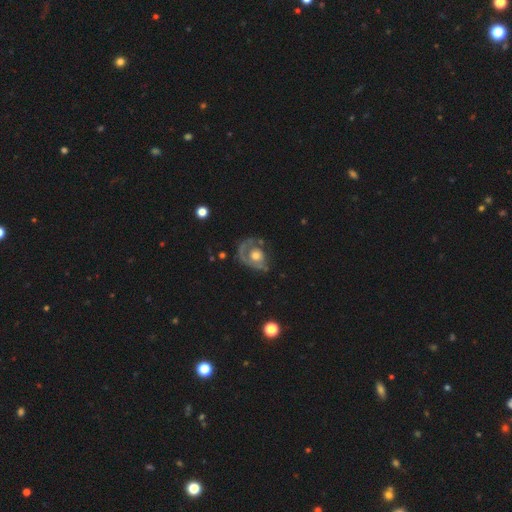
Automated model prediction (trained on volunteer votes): Smooth or featured? featured or disk (69%)
Edge-on disk? no (97%)
Bar? no (85%)
Spiral arms? yes (64%)
Bulge size? moderate (52%)
Merging? none (48%)